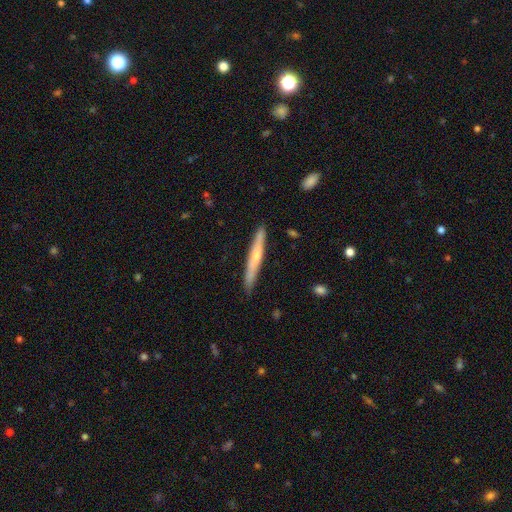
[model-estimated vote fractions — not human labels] Overall: featured or disk (48%; smooth 47%). Merging: none (87%).